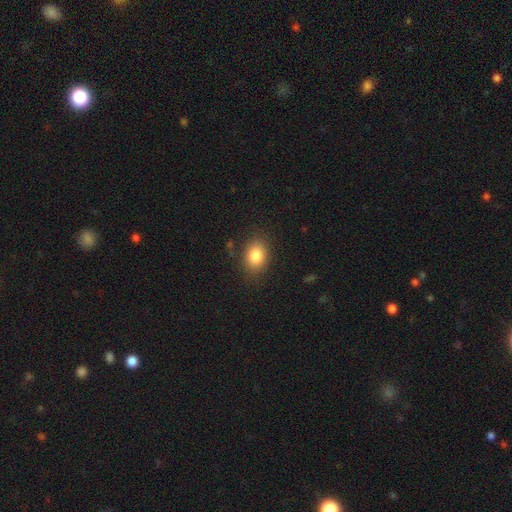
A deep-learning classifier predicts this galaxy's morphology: smooth_or_featured: smooth (p=0.83) [alt: star or artifact p=0.09]
how_rounded: in between (p=0.69) [alt: round p=0.30]
merging: none (p=0.83) [alt: minor disturbance p=0.12]